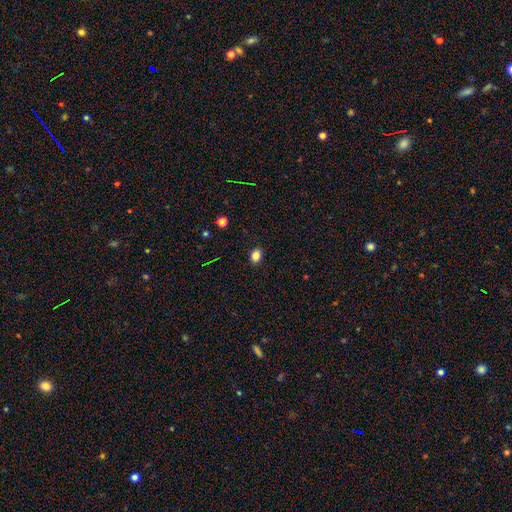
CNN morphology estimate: smooth-or-featured: smooth: 84% | star or artifact: 11% | featured or disk: 5%
  how-rounded: in between: 57% | round: 42% | cigar-shaped: 1%
  merging: none: 90% | minor disturbance: 7% | major disturbance: 2% | merger: 1%